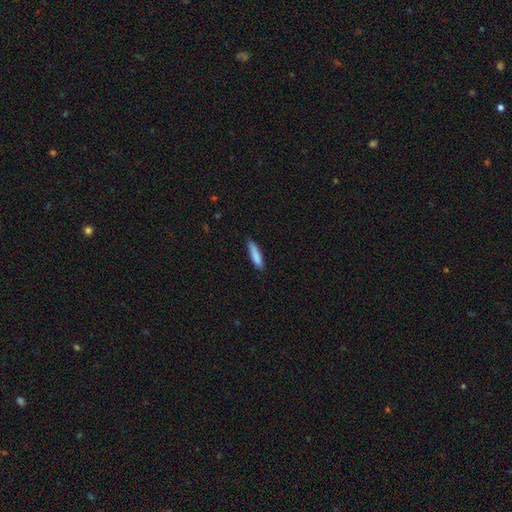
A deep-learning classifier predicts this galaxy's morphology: This appears to be a smooth galaxy with no disk features (85%) that is cigar-shaped (79%). Merging: none (85%).